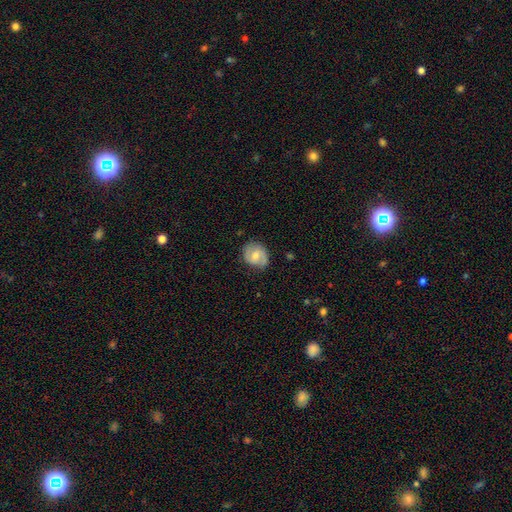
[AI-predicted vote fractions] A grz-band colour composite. It shows a featured or disk galaxy (57%) with a weak bar (48%), spiral arms (85%) and a moderate central bulge (61%). Merging: none (77%).